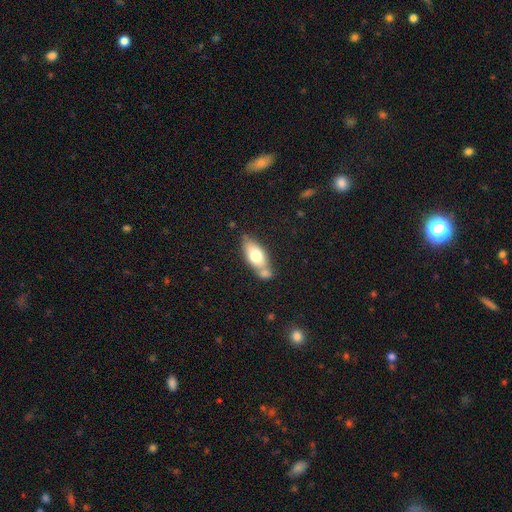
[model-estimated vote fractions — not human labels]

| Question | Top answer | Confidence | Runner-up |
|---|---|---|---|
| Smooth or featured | smooth | 66% | featured or disk (28%) |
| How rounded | in between | 82% | cigar-shaped (14%) |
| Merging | none | 47% | merger (32%) |